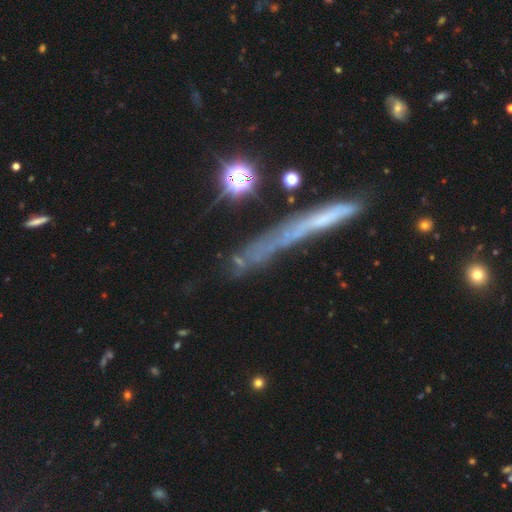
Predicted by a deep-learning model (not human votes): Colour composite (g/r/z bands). It shows a featured or disk galaxy (42%). Merging: none (56%).